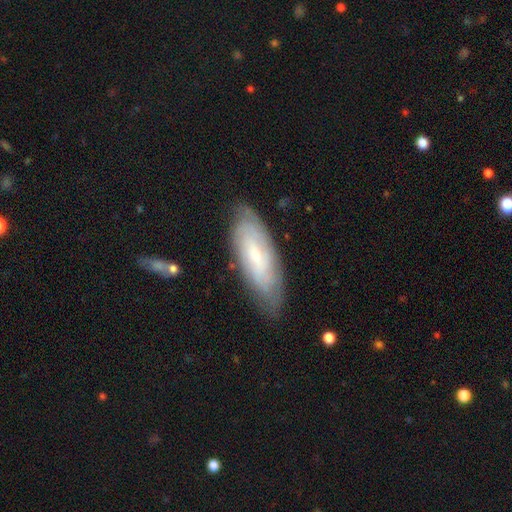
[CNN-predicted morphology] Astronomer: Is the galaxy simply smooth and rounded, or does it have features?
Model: featured or disk — 59% (runner-up: smooth, 34%).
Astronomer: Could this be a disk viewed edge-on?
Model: no — 82%.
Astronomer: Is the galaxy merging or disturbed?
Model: none — 76%.